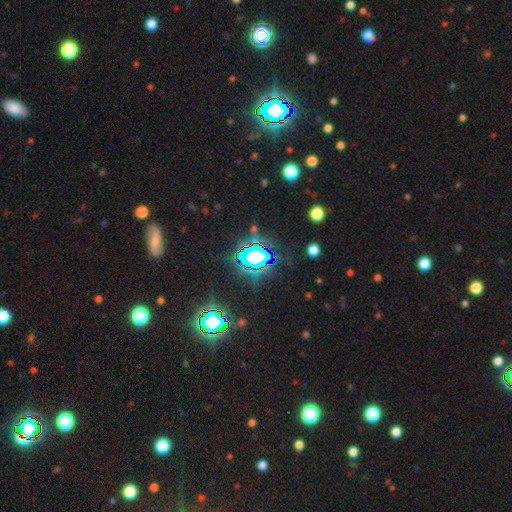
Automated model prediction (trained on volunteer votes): Morphology: type=star or artifact (70%).